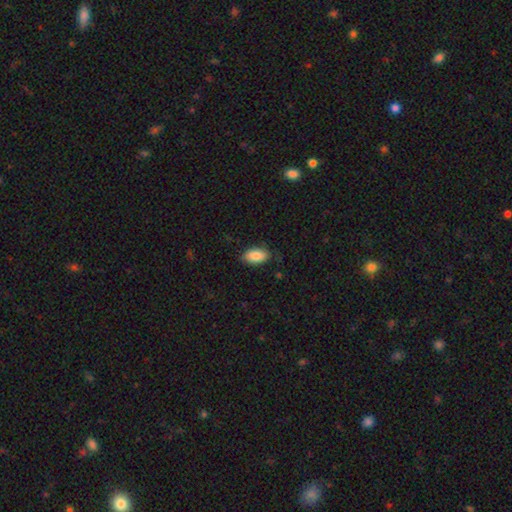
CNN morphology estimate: A smooth galaxy with no disk features (86%) that is in between round and cigar-shaped (93%).

Vote fractions:
- Smooth or featured? smooth: 86% / featured or disk: 7% / star or artifact: 7%
- How rounded? in between: 93% / round: 3% / cigar-shaped: 3%
- Merging? none: 82% / minor disturbance: 14% / major disturbance: 3% / merger: 1%